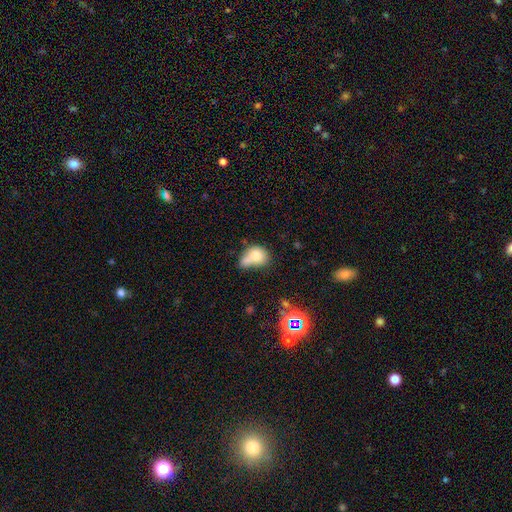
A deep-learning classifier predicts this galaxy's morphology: This appears to be a smooth galaxy with no disk features (72%) that is round (54%). Merging: merger (51%).